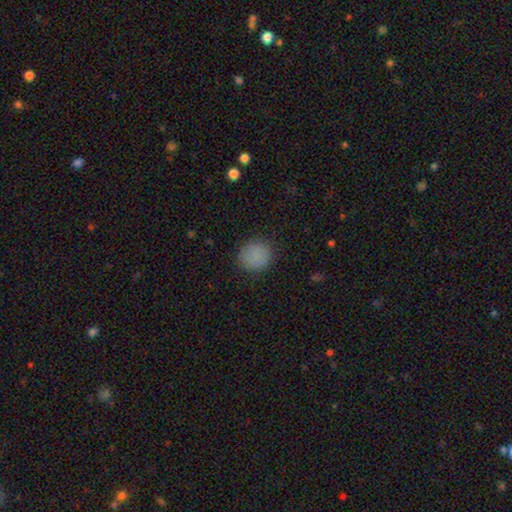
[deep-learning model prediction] Smooth or featured? smooth (85%)
How rounded? round (87%)
Merging? none (87%)